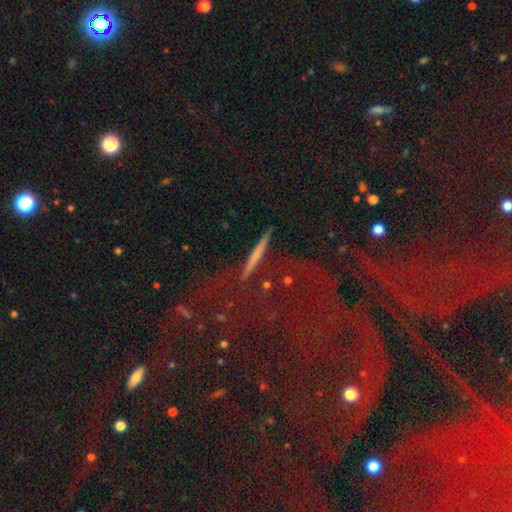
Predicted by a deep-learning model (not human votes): Overall: featured or disk (45%; smooth 39%). Merging: none (87%).